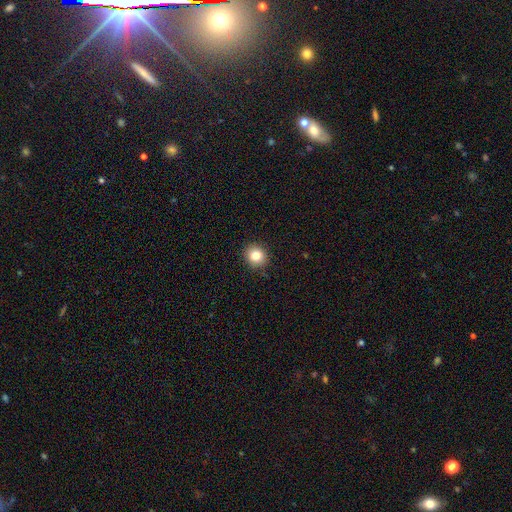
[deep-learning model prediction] Q: Smooth or featured?
A: smooth (83%); runner-up: star or artifact (11%)
Q: How rounded?
A: round (87%); runner-up: in between (12%)
Q: Merging?
A: none (90%); runner-up: minor disturbance (7%)